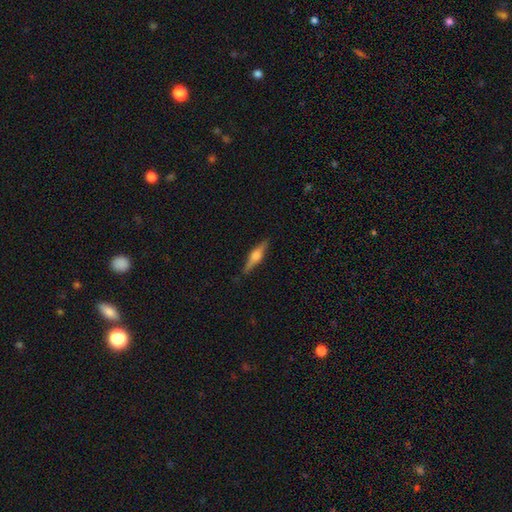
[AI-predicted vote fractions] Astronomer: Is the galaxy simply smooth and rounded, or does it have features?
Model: featured or disk — 63%.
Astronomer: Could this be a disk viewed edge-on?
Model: yes — 97%.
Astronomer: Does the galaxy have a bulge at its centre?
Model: rounded — 87%.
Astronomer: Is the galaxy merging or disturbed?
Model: none — 87%.